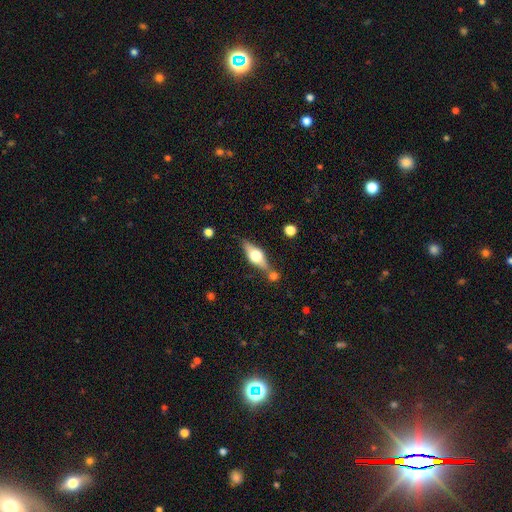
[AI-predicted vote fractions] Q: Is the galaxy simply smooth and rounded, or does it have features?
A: featured or disk — 55%.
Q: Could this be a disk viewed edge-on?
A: yes — 89%.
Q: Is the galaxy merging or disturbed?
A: none — 67%.